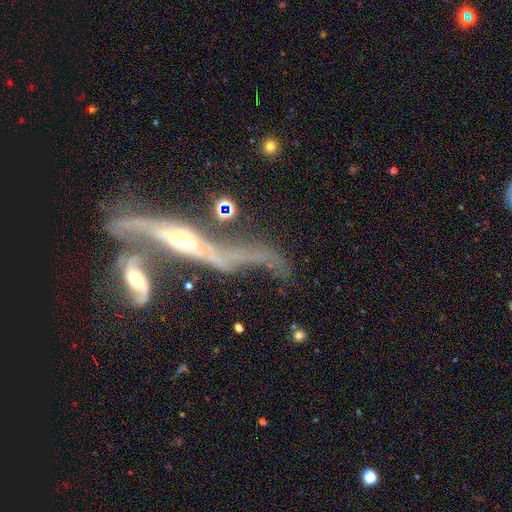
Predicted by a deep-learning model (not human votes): featured or disk 80%, smooth 12%, star or artifact 8%. Down the decision tree: edge-on disk — yes (58%); merging — merger (37%).